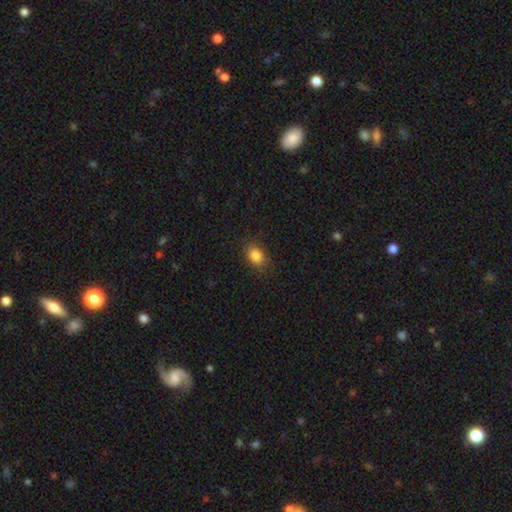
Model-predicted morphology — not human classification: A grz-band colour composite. It shows a smooth galaxy with no disk features (85%) that is in between round and cigar-shaped (73%). Merging: none (86%).